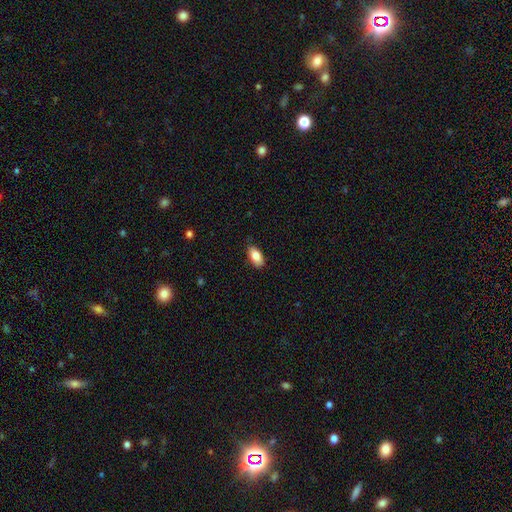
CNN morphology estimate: Smooth or featured? smooth (83%)
How rounded? in between (91%)
Merging? none (84%)